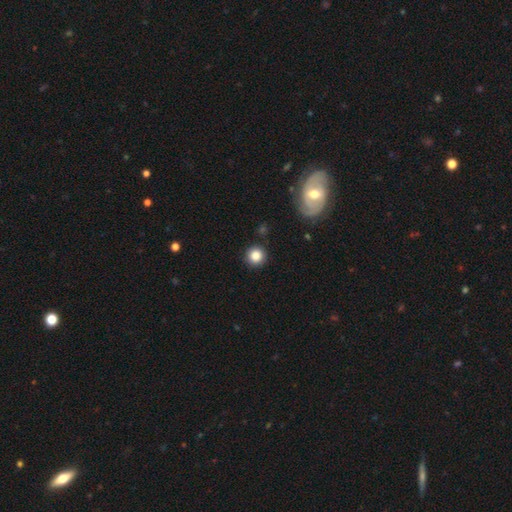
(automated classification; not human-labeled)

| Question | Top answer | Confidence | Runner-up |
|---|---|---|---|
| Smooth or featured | smooth | 84% | star or artifact (10%) |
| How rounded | round | 94% | in between (5%) |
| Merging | none | 89% | minor disturbance (7%) |